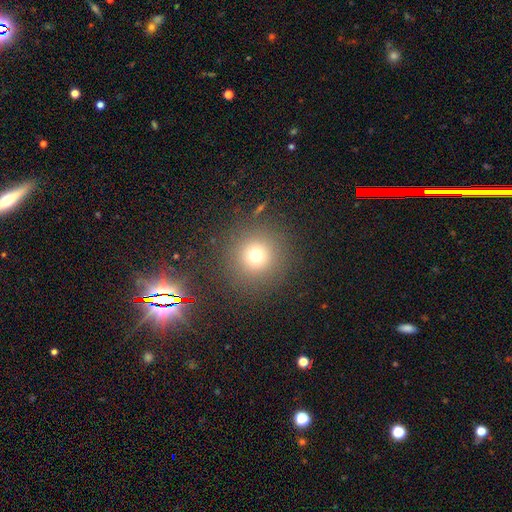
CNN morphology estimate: Overall: smooth (71%). How rounded: round (95%). Merging: none (87%).